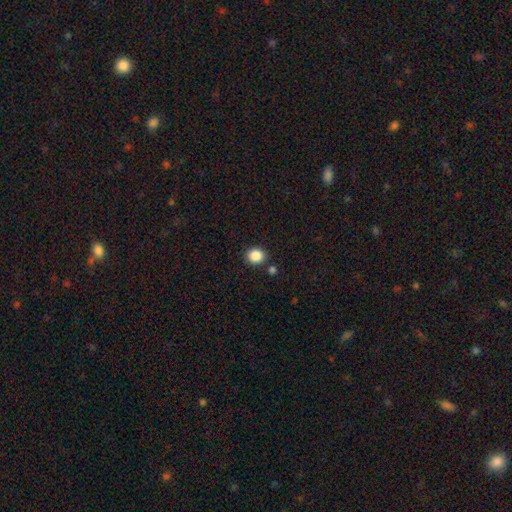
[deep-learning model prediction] A smooth galaxy with no disk features (87%) that is round (79%).

Vote fractions:
- Smooth or featured? smooth: 87% / star or artifact: 10% / featured or disk: 3%
- How rounded? round: 79% / in between: 20% / cigar-shaped: 1%
- Merging? none: 85% / minor disturbance: 8% / merger: 5% / major disturbance: 2%